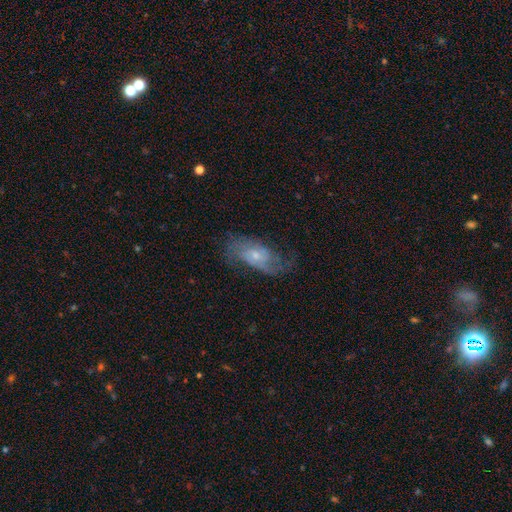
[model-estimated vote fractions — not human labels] smooth-or-featured: featured or disk: 71% | smooth: 21% | star or artifact: 8%
  disk-edge-on: no: 94% | yes: 6%
    bar: no: 60% | weak: 35% | strong: 5%
    has-spiral-arms: yes: 89% | no: 11%
      spiral-winding: medium: 45% | loose: 30% | tight: 26%
      spiral-arm-count: 2: 63% | can't tell: 21% | 3: 6% | 1: 5% | 4: 2% | more than 4: 2%
    bulge-size: small: 57% | moderate: 35% | none: 4% | large: 3% | dominant: 1%
  merging: none: 62% | minor disturbance: 21% | major disturbance: 15% | merger: 2%